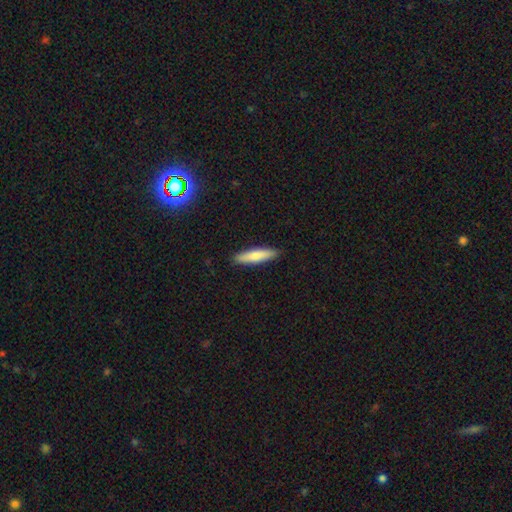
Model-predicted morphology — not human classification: A smooth galaxy with no disk features (76%) that is cigar-shaped (81%). Merging: none (90%).